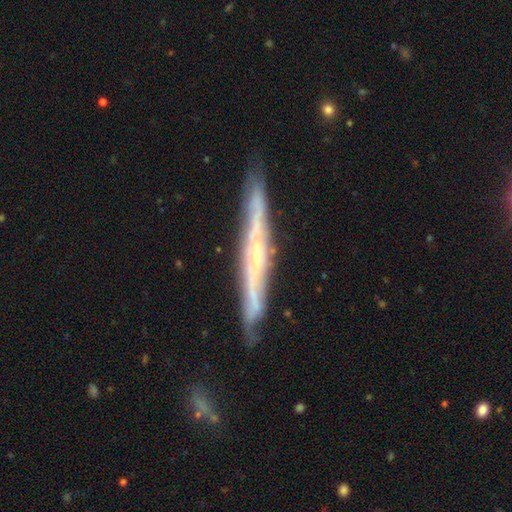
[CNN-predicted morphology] type=featured or disk (79%); edge-on=yes (85%); edge-on bulge=rounded (52%); merging=none (81%).